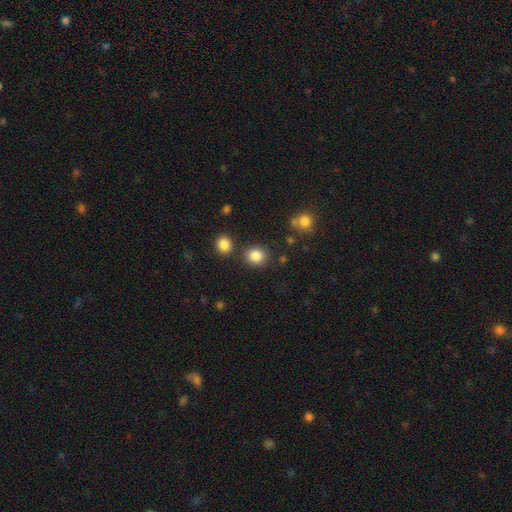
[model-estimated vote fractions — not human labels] The model was most divided on "how rounded": round: 83%, in between: 16%, cigar-shaped: 1%. More confident: smooth or featured — smooth (85%); merging — none (83%).